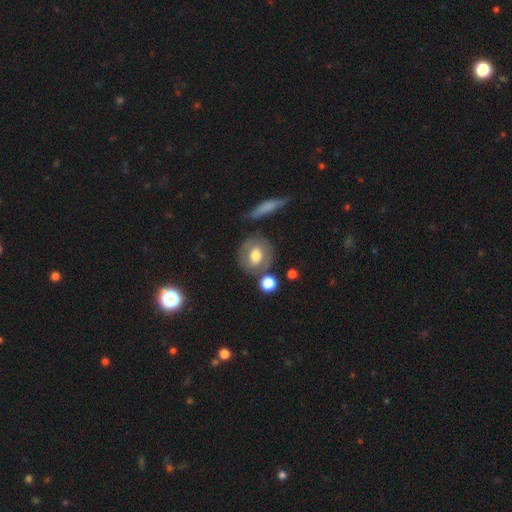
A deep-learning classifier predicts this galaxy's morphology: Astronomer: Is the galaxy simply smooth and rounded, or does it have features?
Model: smooth — 52% (runner-up: featured or disk, 40%).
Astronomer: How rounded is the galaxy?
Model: round — 70%.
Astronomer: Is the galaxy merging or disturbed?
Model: none — 70%.